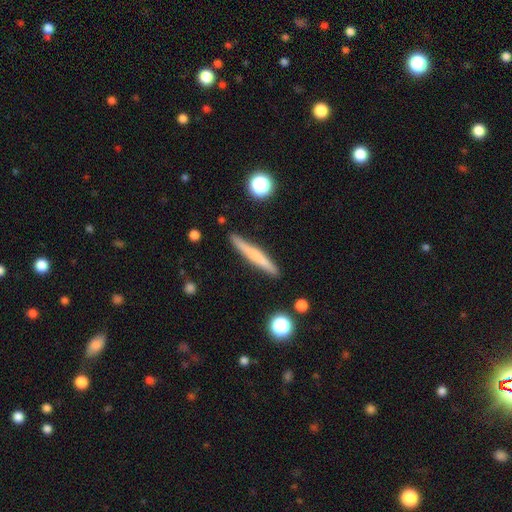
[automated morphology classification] A smooth galaxy with no disk features (57%) that is cigar-shaped (95%). Merging: none (88%).